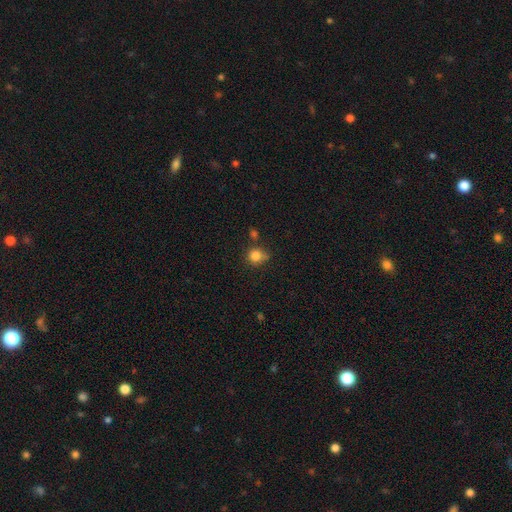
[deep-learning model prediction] Overall: smooth (82%). How rounded: round (85%). Merging: none (61%).